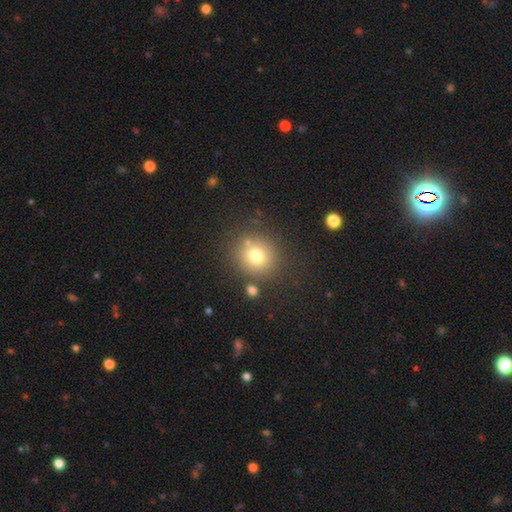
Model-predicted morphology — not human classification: This is likely a smooth galaxy (75%). How rounded: clearly round (88%). Merging: clearly none (80%).